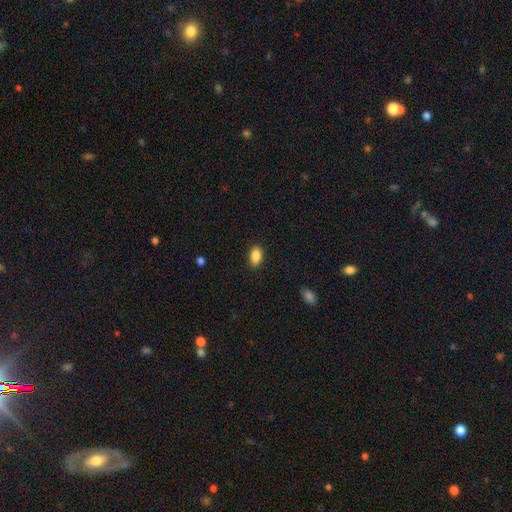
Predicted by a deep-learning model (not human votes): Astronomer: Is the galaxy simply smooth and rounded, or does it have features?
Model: smooth — 89%.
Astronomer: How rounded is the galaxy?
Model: in between — 90%.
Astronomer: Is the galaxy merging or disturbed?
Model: none — 87%.